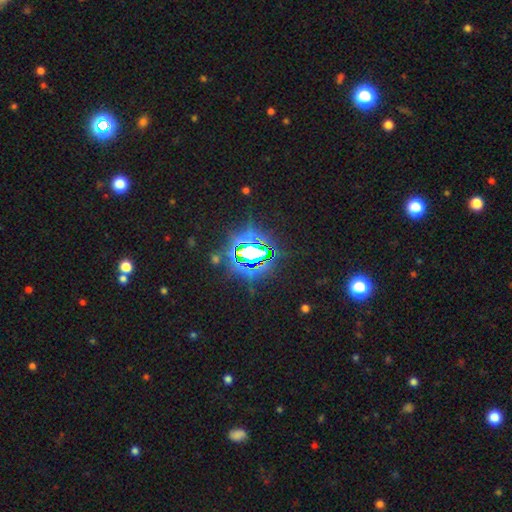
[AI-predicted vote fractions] Morphology: type=star or artifact (80%).